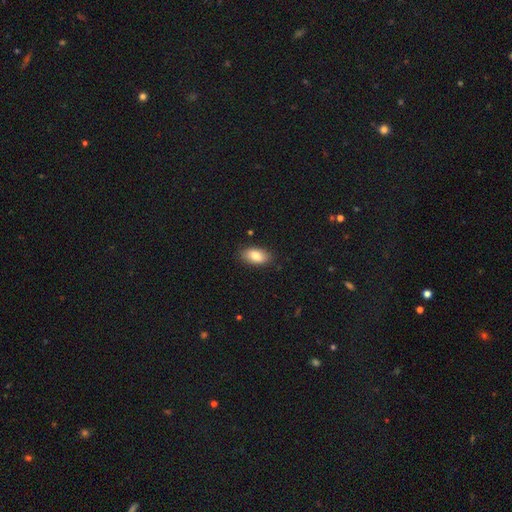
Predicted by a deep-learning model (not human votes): Morphology: type=smooth (83%); roundness=in between (92%); merging=none (85%).